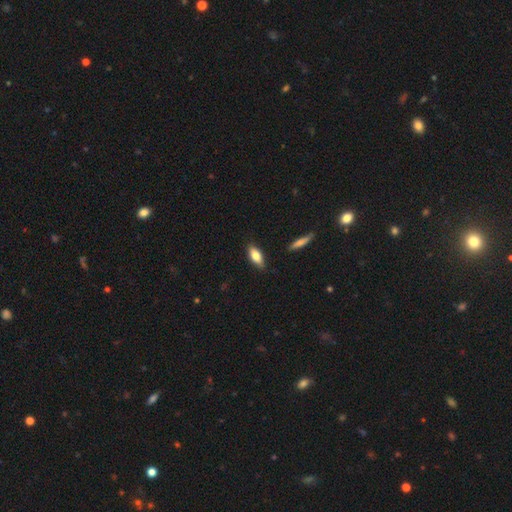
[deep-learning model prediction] Morphology: type=smooth (75%); roundness=in between (77%); merging=none (82%).